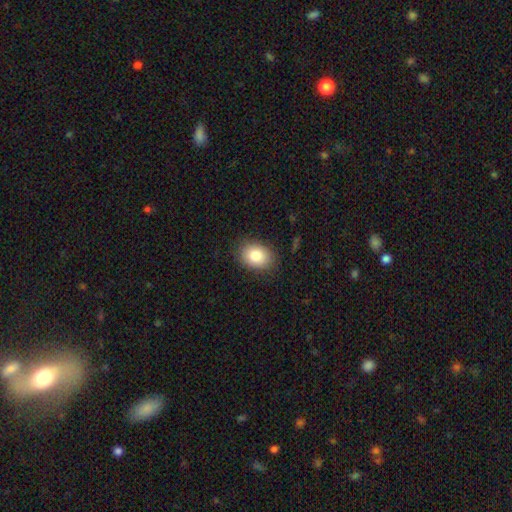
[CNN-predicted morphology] Overall: smooth (84%). How rounded: in between (70%). Merging: none (85%).